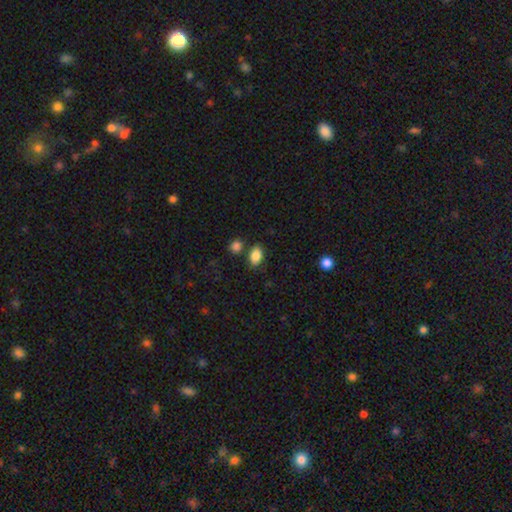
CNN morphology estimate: This is clearly a smooth galaxy (86%). How rounded: clearly in between (87%). Merging: likely none (76%).